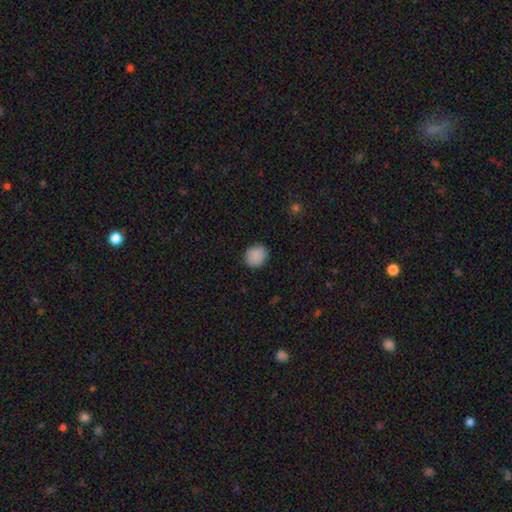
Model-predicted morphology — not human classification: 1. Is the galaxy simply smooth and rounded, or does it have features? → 89% smooth, 8% star or artifact, 3% featured or disk.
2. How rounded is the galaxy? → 79% round, 20% in between, 1% cigar-shaped.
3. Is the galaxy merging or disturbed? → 88% none, 8% minor disturbance, 2% major disturbance, 1% merger.